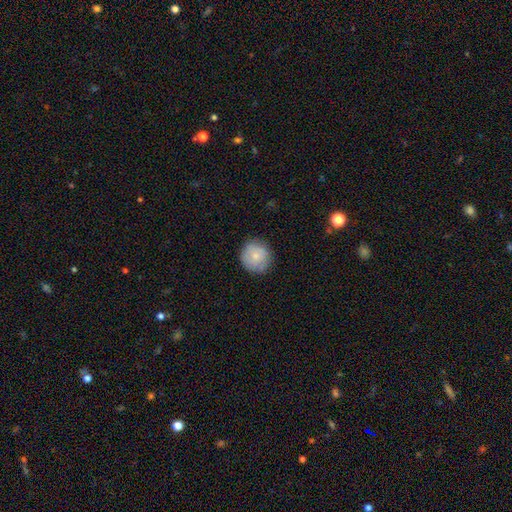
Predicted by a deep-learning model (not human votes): Q: Smooth or featured?
A: smooth (76%); runner-up: featured or disk (17%)
Q: How rounded?
A: round (93%); runner-up: in between (6%)
Q: Merging?
A: none (83%); runner-up: minor disturbance (13%)